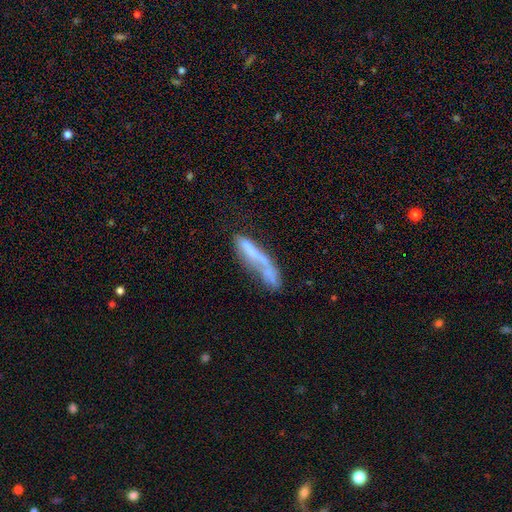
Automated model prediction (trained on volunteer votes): This appears to be a smooth galaxy with no disk features (49%). Merging: none (34%).